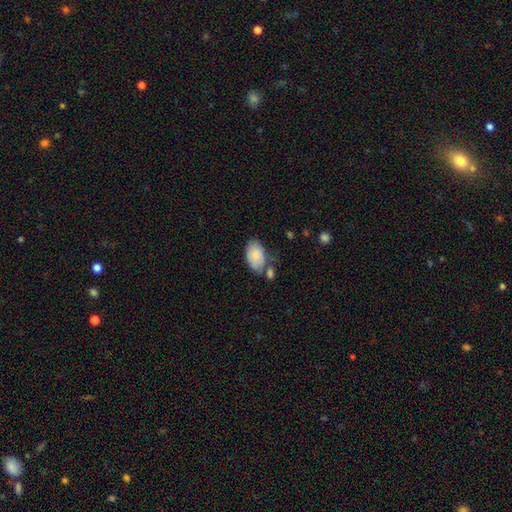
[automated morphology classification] A smooth galaxy with no disk features (83%) that is in between round and cigar-shaped (93%).

Vote fractions:
- Smooth or featured? smooth: 83% / featured or disk: 10% / star or artifact: 6%
- How rounded? in between: 93% / round: 6% / cigar-shaped: 1%
- Merging? none: 51% / minor disturbance: 25% / merger: 16% / major disturbance: 8%